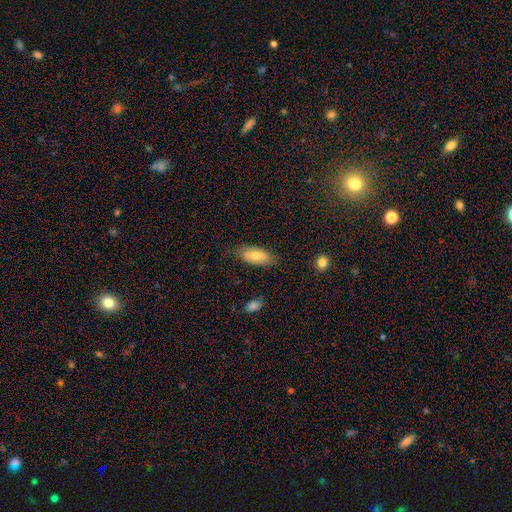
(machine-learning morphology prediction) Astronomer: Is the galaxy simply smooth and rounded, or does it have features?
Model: smooth — 71%.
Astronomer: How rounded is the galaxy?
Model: in between — 89%.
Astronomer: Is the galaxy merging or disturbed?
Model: none — 73%.